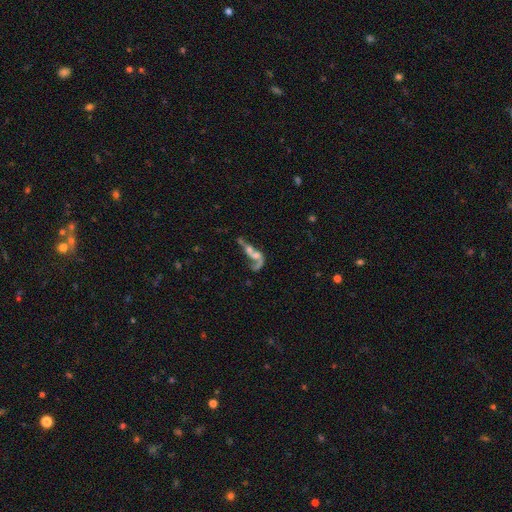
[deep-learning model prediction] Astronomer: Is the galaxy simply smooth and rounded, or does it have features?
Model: featured or disk — 59%.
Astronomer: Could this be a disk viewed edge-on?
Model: no — 89%.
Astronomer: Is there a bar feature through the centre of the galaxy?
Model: no — 72%.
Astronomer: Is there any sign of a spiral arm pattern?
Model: yes — 51% (runner-up: no, 49%).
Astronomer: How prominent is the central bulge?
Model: none — 35% (runner-up: small, 28%).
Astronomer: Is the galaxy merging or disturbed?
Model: merger — 49%.